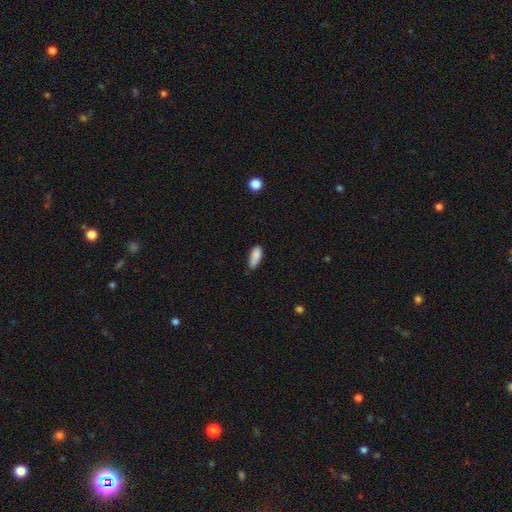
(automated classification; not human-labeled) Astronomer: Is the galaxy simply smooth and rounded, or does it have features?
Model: smooth — 87%.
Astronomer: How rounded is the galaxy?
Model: in between — 77%.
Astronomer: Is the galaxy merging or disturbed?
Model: none — 61%.